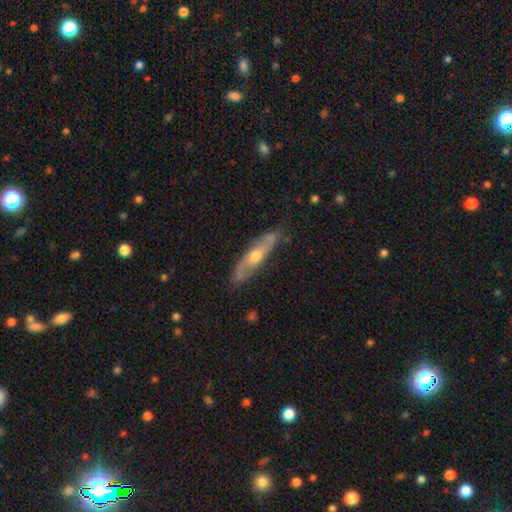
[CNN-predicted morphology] smooth_or_featured: featured or disk (p=0.58) [alt: smooth p=0.37]
disk_edge_on: no (p=0.52) [alt: yes p=0.48]
merging: none (p=0.76) [alt: minor disturbance p=0.18]